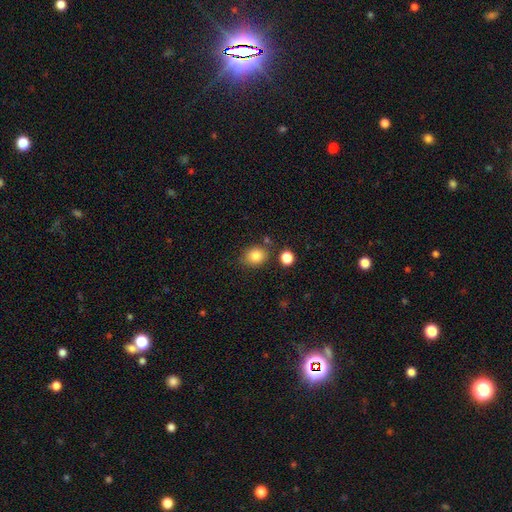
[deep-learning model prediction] Q: Smooth or featured?
A: smooth (84%); runner-up: star or artifact (10%)
Q: How rounded?
A: round (61%); runner-up: in between (38%)
Q: Merging?
A: none (75%); runner-up: minor disturbance (14%)